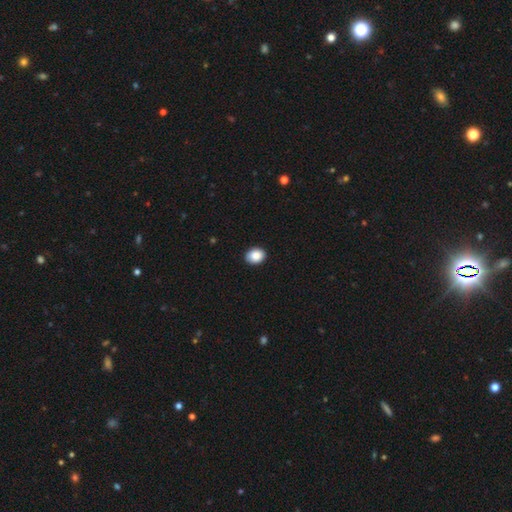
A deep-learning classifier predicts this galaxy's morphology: The model was most divided on "how rounded": in between: 56%, round: 43%, cigar-shaped: 1%. More confident: merging — none (90%); smooth or featured — smooth (89%).